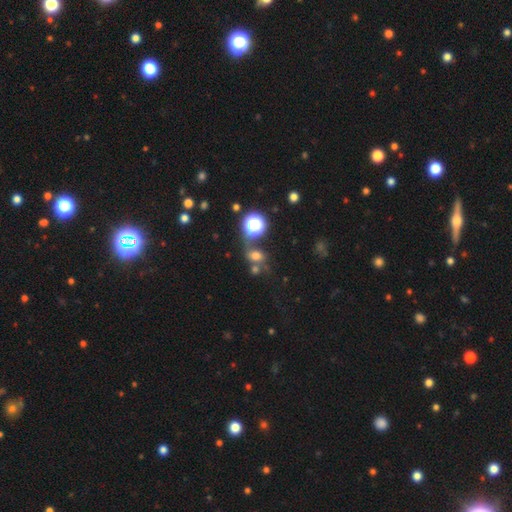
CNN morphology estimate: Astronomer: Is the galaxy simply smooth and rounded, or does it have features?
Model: smooth — 60%.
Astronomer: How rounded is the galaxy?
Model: round — 51% (runner-up: in between, 47%).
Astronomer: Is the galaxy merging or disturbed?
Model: none — 48% (runner-up: merger, 26%).